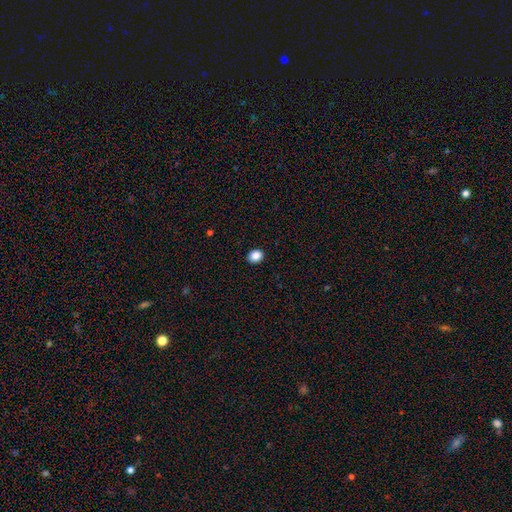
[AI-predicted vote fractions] Q: Smooth or featured?
A: smooth (87%); runner-up: star or artifact (10%)
Q: How rounded?
A: round (59%); runner-up: in between (40%)
Q: Merging?
A: none (91%); runner-up: minor disturbance (6%)